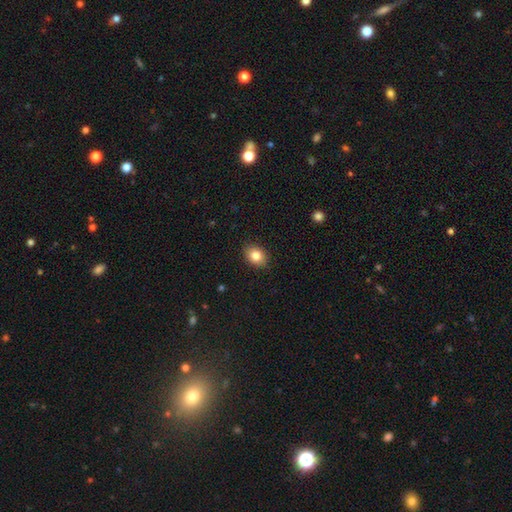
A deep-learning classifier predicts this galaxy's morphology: This appears to be a smooth galaxy with no disk features (84%) that is in between round and cigar-shaped (63%). Merging: none (89%).